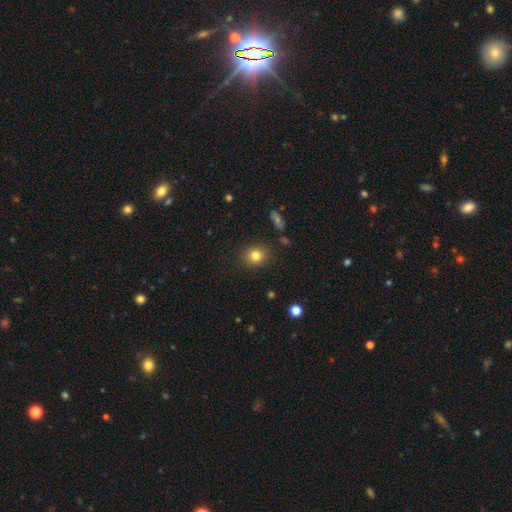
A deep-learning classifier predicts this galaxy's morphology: smooth_or_featured: smooth (p=0.81) [alt: star or artifact p=0.12]
how_rounded: round (p=0.76) [alt: in between p=0.23]
merging: none (p=0.87) [alt: minor disturbance p=0.09]